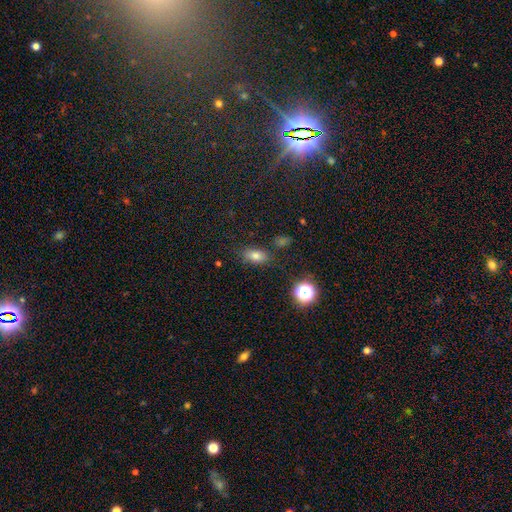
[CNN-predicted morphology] Smooth or featured: smooth — 75% (star or artifact — 16%)
How rounded: in between — 81% (round — 13%)
Merging: none — 79% (minor disturbance — 13%)